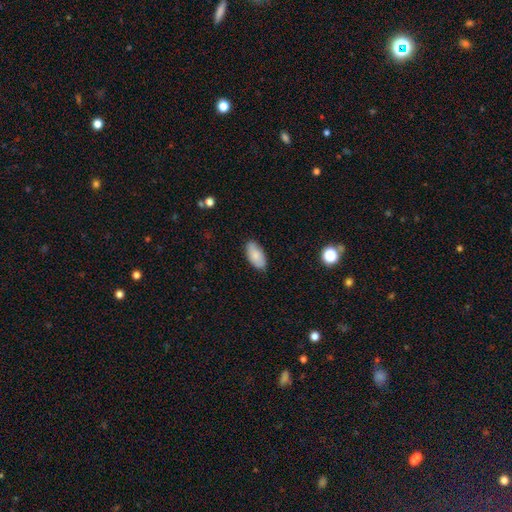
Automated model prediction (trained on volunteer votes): smooth_or_featured: smooth (p=0.82) [alt: featured or disk p=0.11]
how_rounded: in between (p=0.94) [alt: cigar-shaped p=0.04]
merging: none (p=0.82) [alt: minor disturbance p=0.14]